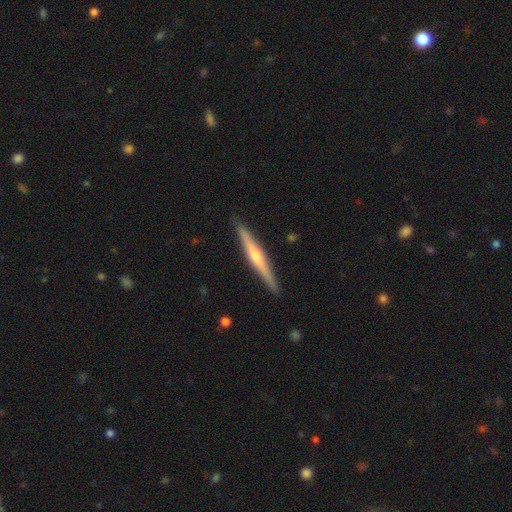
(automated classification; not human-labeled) Overall: featured or disk (74%). Edge-on disk: yes (98%). Edge-on bulge: rounded (82%). Merging: none (92%).